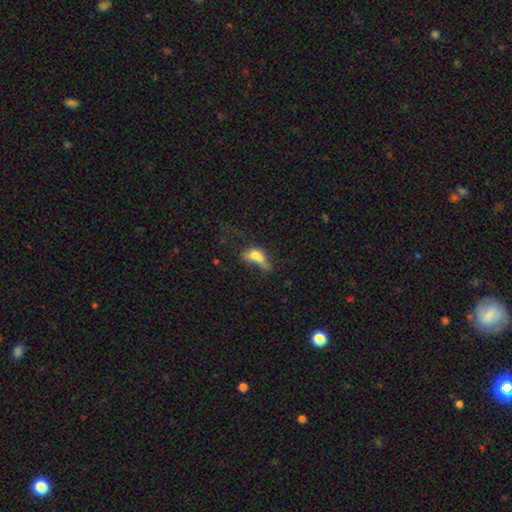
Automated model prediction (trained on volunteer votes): This appears to be a smooth galaxy with no disk features (63%) that is in between round and cigar-shaped (73%). Merging: merger (50%).